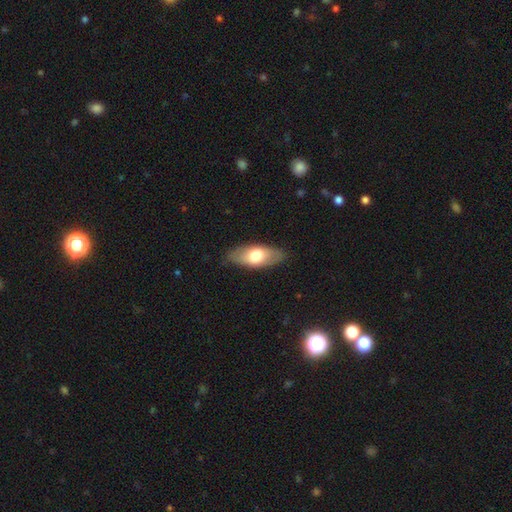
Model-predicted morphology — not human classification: Q: Smooth or featured?
A: smooth (65%); runner-up: featured or disk (30%)
Q: How rounded?
A: in between (85%); runner-up: cigar-shaped (13%)
Q: Merging?
A: none (85%); runner-up: minor disturbance (12%)